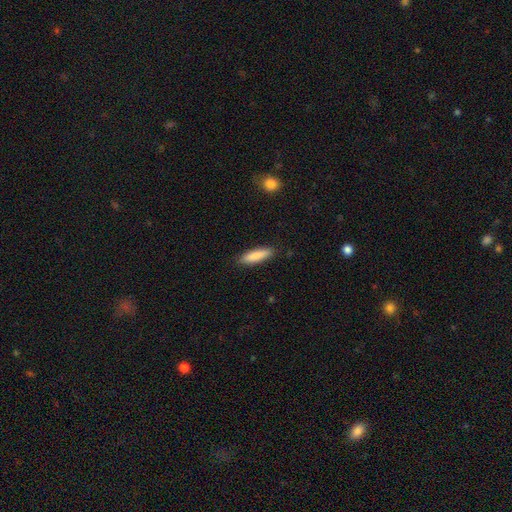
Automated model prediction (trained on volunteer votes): smooth_or_featured: smooth (p=0.86) [alt: featured or disk p=0.08]
how_rounded: cigar-shaped (p=0.67) [alt: in between p=0.32]
merging: none (p=0.87) [alt: minor disturbance p=0.10]